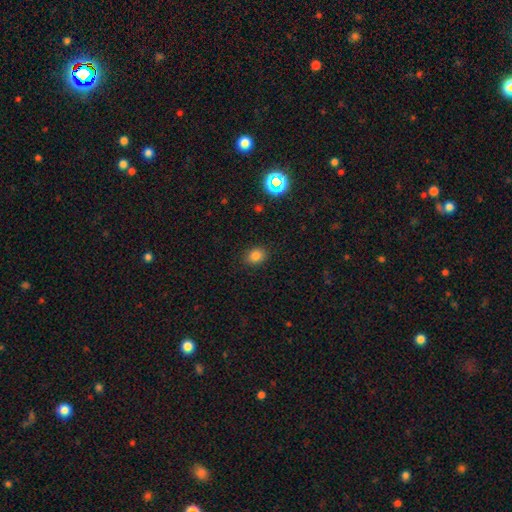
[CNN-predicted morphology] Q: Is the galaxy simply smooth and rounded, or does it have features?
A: smooth — 81%.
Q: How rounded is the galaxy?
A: round — 50%.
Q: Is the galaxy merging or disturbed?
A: none — 88%.